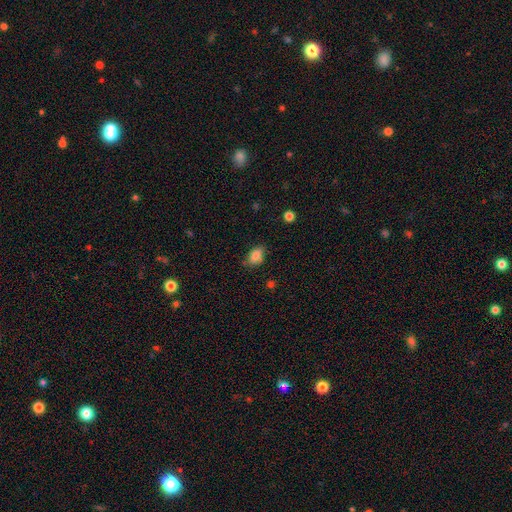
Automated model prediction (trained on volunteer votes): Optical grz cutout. It shows a smooth galaxy with no disk features (85%) that is in between round and cigar-shaped (83%). Merging: none (75%).